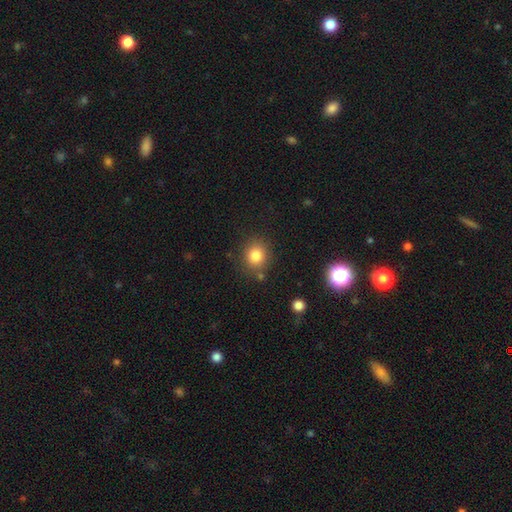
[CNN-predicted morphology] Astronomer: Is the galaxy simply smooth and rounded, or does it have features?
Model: smooth — 82%.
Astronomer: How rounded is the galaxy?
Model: round — 83%.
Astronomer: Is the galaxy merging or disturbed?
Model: none — 81%.